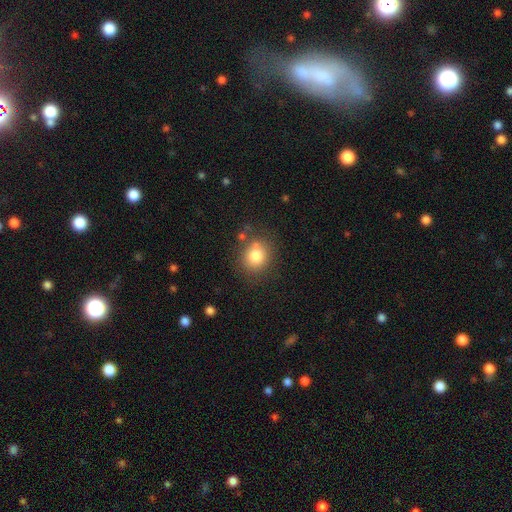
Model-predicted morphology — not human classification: Overall: smooth (81%). How rounded: round (76%). Merging: none (75%).